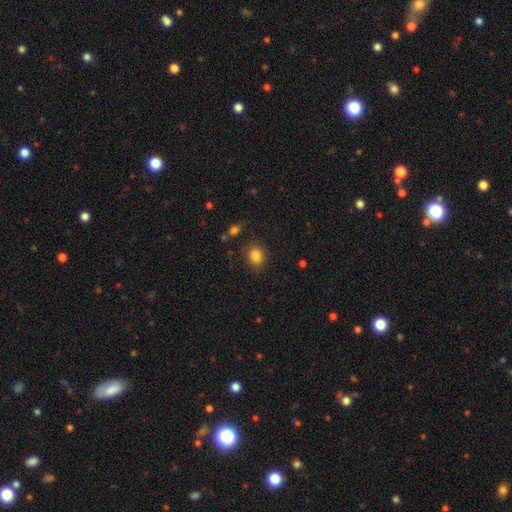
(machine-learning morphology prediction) Overall: smooth (85%). How rounded: round (58%; in between 41%). Merging: none (80%).